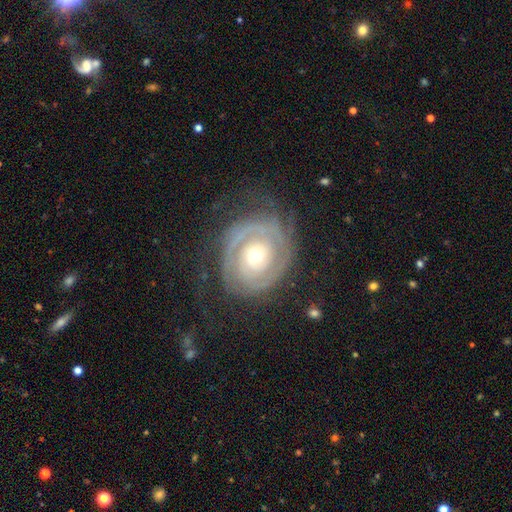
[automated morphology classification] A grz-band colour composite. It shows a featured or disk galaxy (85%) with no bar (80%), 2 (48%) tight (78%) spiral arms (92%) and a small central bulge (49%). Merging: none (70%).